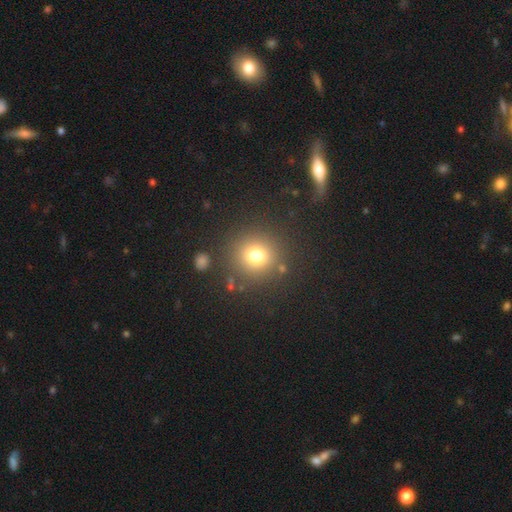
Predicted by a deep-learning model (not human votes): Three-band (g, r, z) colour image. It shows a smooth galaxy with no disk features (75%) that is round (92%). Merging: none (85%).